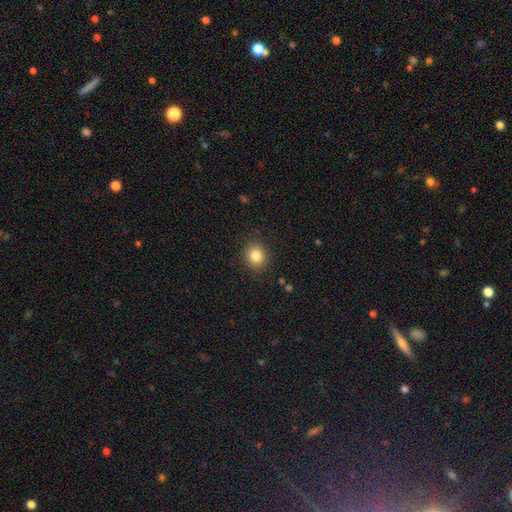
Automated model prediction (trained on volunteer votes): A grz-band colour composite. It shows a smooth galaxy with no disk features (84%) that is round (75%). Merging: none (88%).